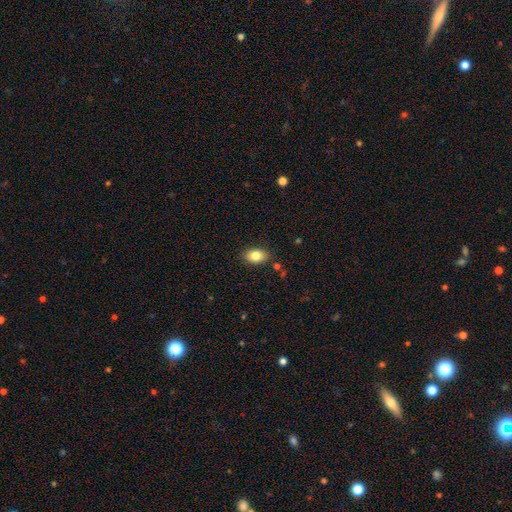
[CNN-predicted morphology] smooth-or-featured: smooth: 83% | featured or disk: 9% | star or artifact: 9%
  how-rounded: in between: 82% | round: 17% | cigar-shaped: 1%
  merging: none: 86% | minor disturbance: 10% | major disturbance: 2% | merger: 2%